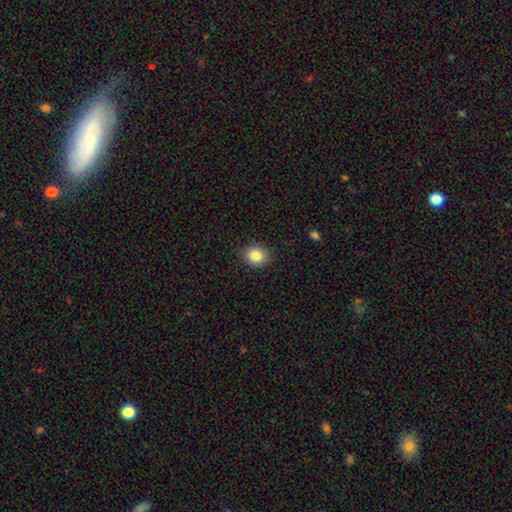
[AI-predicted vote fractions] smooth-or-featured: smooth: 84% | star or artifact: 10% | featured or disk: 6%
  how-rounded: round: 68% | in between: 31% | cigar-shaped: 1%
  merging: none: 89% | minor disturbance: 8% | major disturbance: 2% | merger: 1%